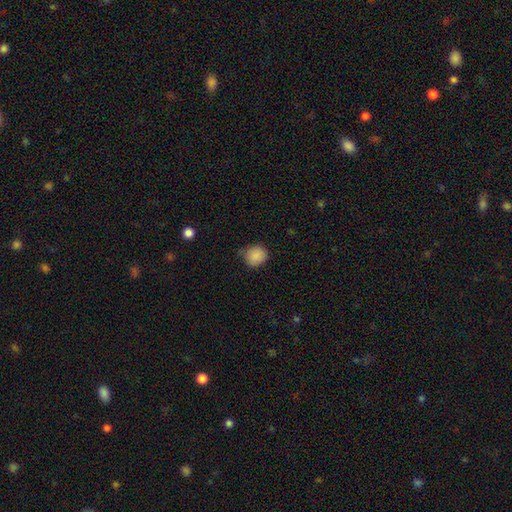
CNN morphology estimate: smooth-or-featured: smooth: 87% | star or artifact: 9% | featured or disk: 4%
  how-rounded: round: 83% | in between: 16% | cigar-shaped: 1%
  merging: none: 70% | minor disturbance: 24% | major disturbance: 4% | merger: 2%